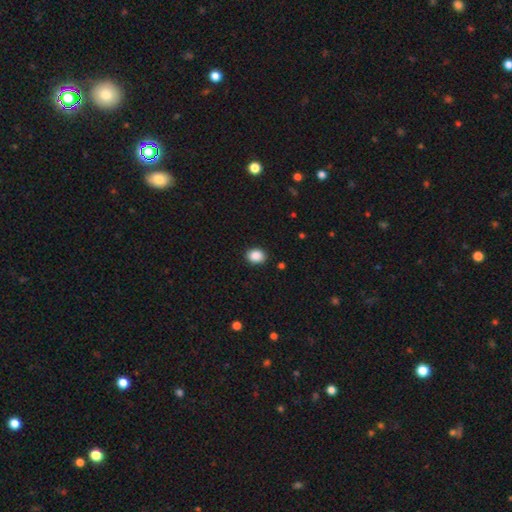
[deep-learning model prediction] This appears to be a smooth galaxy with no disk features (89%) that is in between round and cigar-shaped (61%). Merging: none (89%).